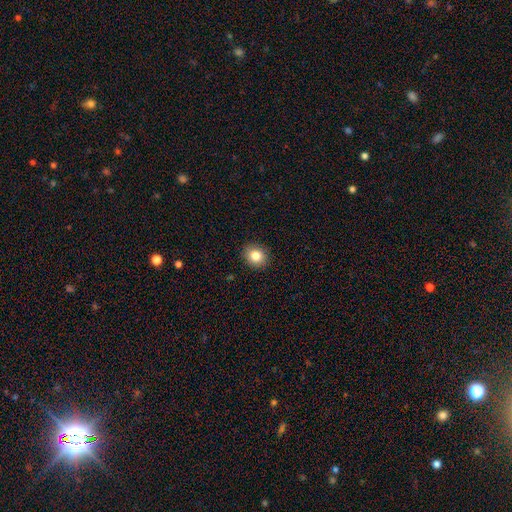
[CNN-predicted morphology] Q: Smooth or featured?
A: smooth (83%); runner-up: star or artifact (10%)
Q: How rounded?
A: round (69%); runner-up: in between (30%)
Q: Merging?
A: none (90%); runner-up: minor disturbance (7%)